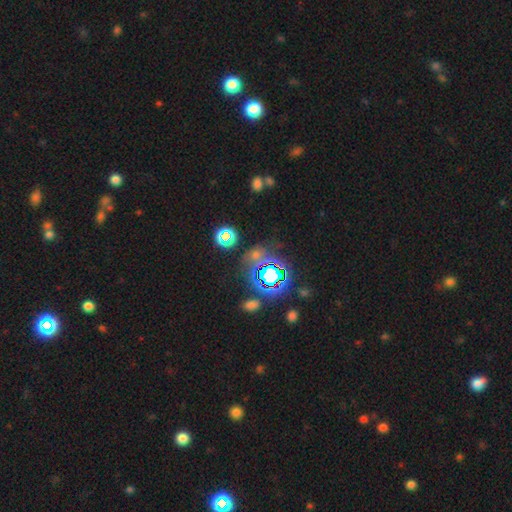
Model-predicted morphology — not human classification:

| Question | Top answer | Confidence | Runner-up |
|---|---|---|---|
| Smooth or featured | star or artifact | 63% | smooth (26%) |